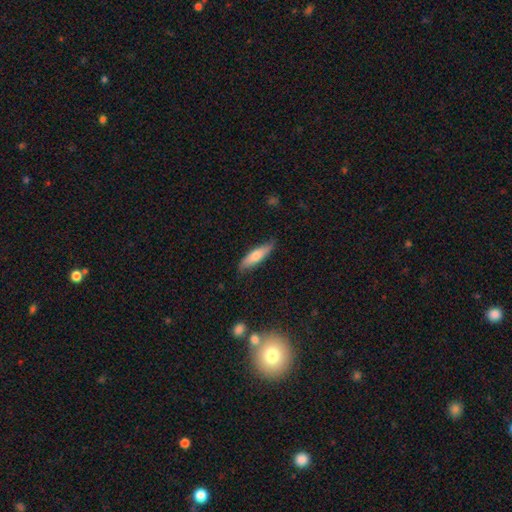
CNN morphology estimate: smooth_or_featured: smooth (p=0.63) [alt: featured or disk p=0.30]
how_rounded: cigar-shaped (p=0.72) [alt: in between p=0.26]
merging: none (p=0.79) [alt: minor disturbance p=0.16]